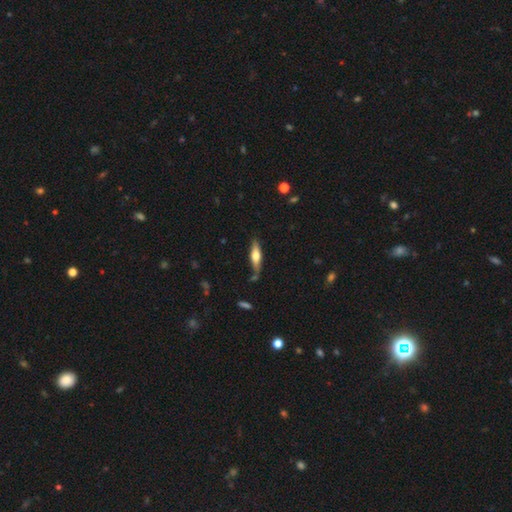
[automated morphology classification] The model was most divided on "smooth or featured": featured or disk: 49%, smooth: 45%, star or artifact: 6%. More confident: merging — none (76%).